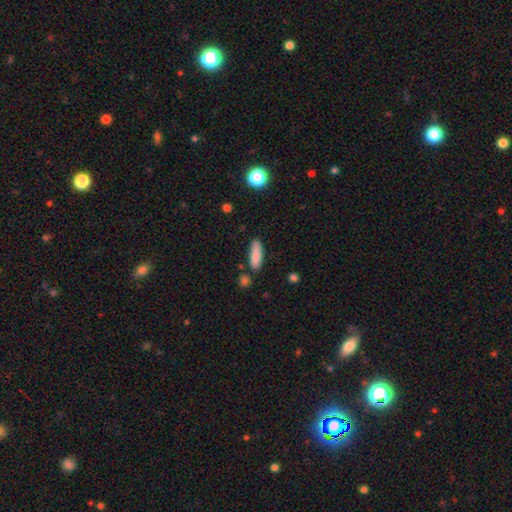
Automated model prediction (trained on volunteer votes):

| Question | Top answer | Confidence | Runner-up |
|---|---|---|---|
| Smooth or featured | smooth | 86% | featured or disk (7%) |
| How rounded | cigar-shaped | 56% | in between (42%) |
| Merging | none | 80% | minor disturbance (13%) |